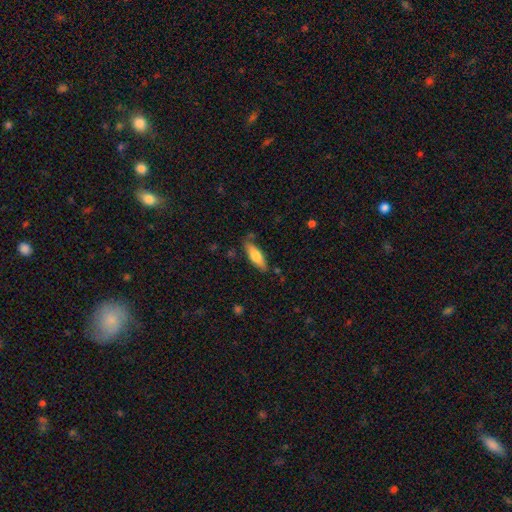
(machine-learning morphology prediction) smooth 71%, featured or disk 23%, star or artifact 6%. Down the decision tree: how rounded — in between (54%); merging — none (76%).